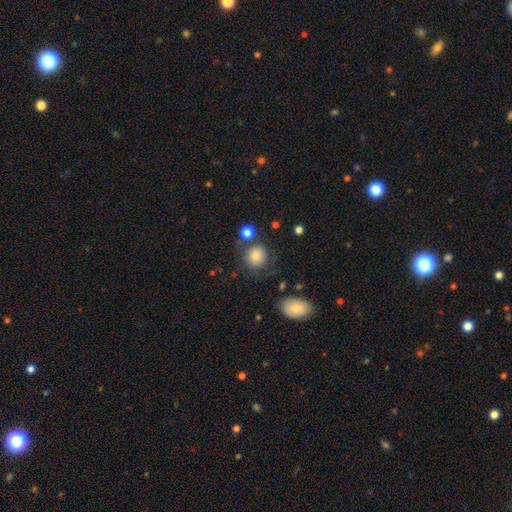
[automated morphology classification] This appears to be a smooth galaxy with no disk features (82%) that is round (84%). Merging: none (72%).